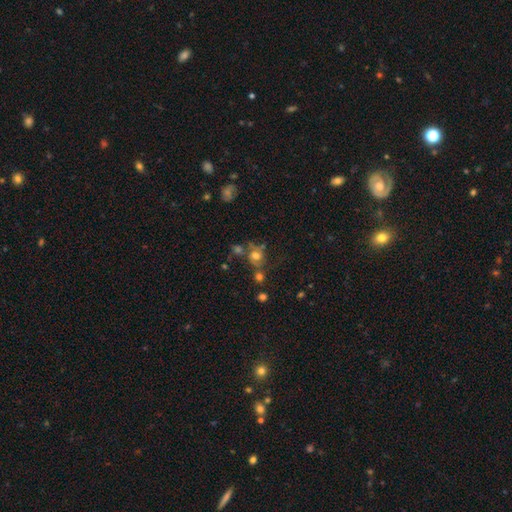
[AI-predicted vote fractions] Overall: smooth (62%). How rounded: round (77%). Merging: none (50%; merger 23%).